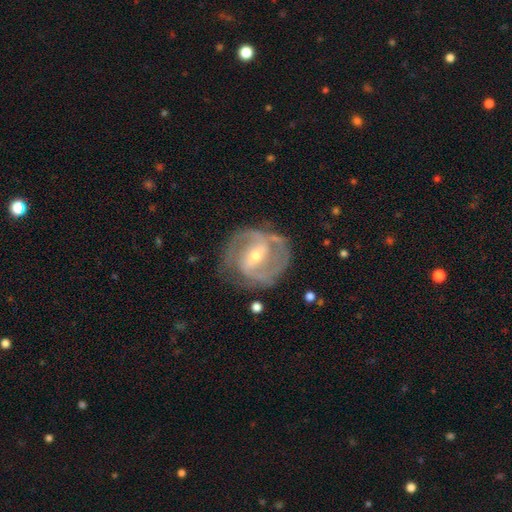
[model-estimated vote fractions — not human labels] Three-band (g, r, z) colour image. It shows a featured or disk galaxy (88%) with a strong bar (47%), 2 (78%) medium (48%) spiral arms (95%) and a small central bulge (48%, tied with moderate). Merging: none (74%).